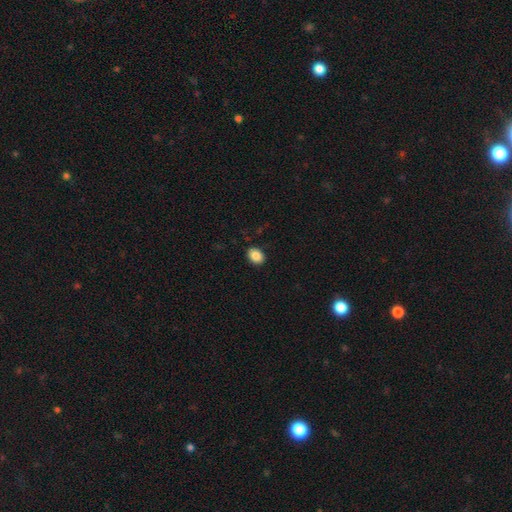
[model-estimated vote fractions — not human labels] Smooth or featured: smooth — 86% (star or artifact — 8%)
How rounded: in between — 63% (round — 36%)
Merging: none — 89% (minor disturbance — 8%)